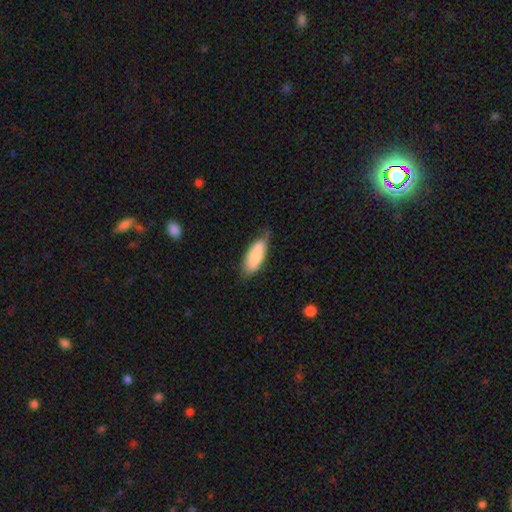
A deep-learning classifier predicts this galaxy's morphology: This is likely a smooth galaxy (76%). How rounded: likely in between (78%). Merging: likely none (60%).